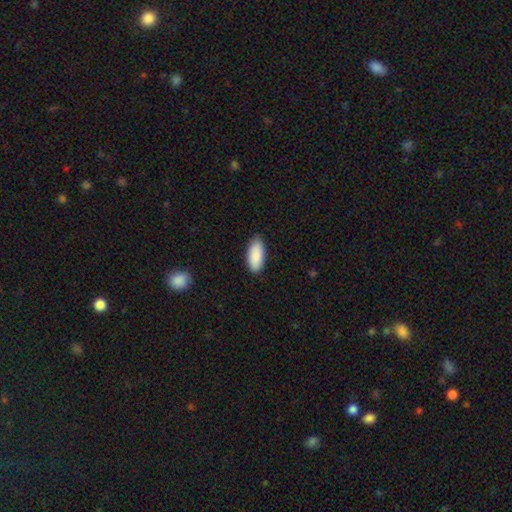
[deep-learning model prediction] Morphology: type=smooth (90%); roundness=in between (88%); merging=none (84%).